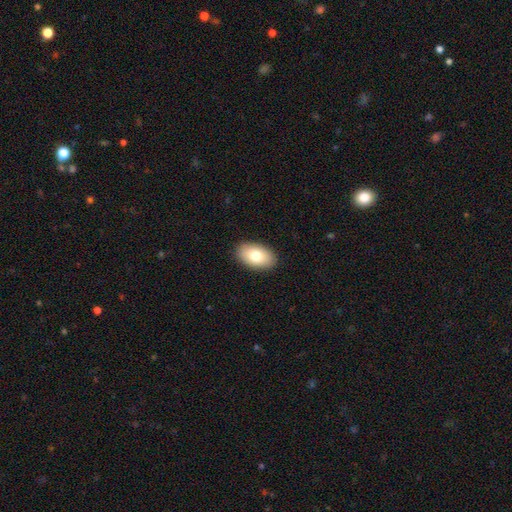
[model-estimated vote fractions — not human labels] This appears to be a smooth galaxy with no disk features (78%) that is in between round and cigar-shaped (93%). Merging: none (90%).